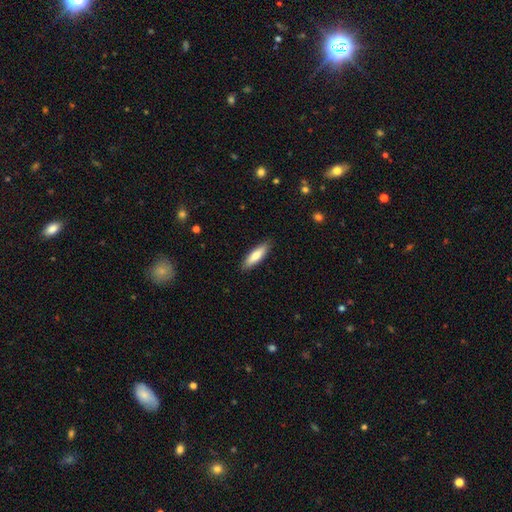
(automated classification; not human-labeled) Q: Smooth or featured?
A: smooth (75%); runner-up: featured or disk (19%)
Q: How rounded?
A: cigar-shaped (61%); runner-up: in between (37%)
Q: Merging?
A: none (89%); runner-up: minor disturbance (8%)